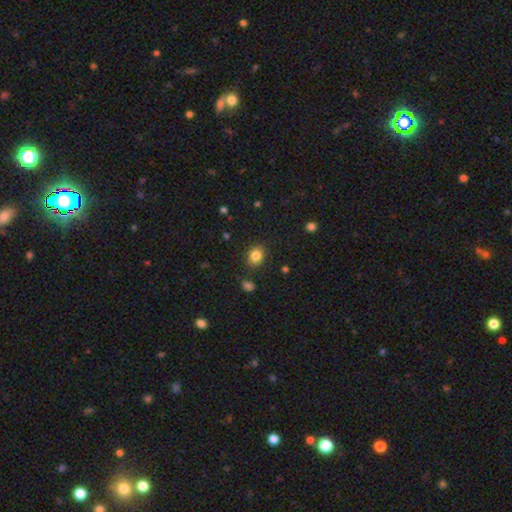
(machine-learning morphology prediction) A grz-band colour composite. It shows a smooth galaxy with no disk features (83%) that is round (56%). Merging: none (86%).